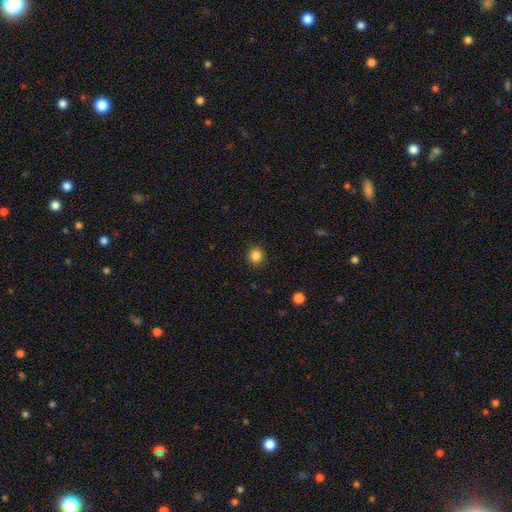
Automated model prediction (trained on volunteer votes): Overall: smooth (85%). How rounded: round (87%). Merging: none (90%).